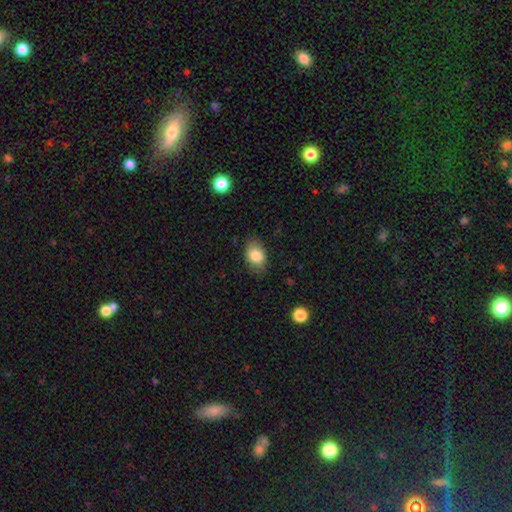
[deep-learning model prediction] smooth 82%, featured or disk 11%, star or artifact 8%. Down the decision tree: how rounded — in between (83%); merging — none (81%).